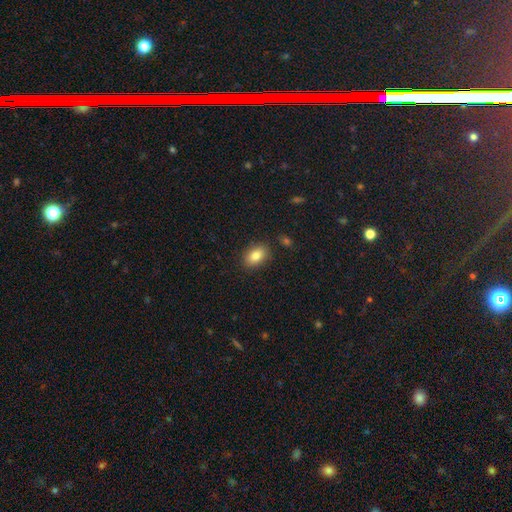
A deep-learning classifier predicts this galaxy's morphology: Q: Smooth or featured?
A: smooth (84%); runner-up: star or artifact (8%)
Q: How rounded?
A: in between (85%); runner-up: round (13%)
Q: Merging?
A: none (85%); runner-up: minor disturbance (10%)